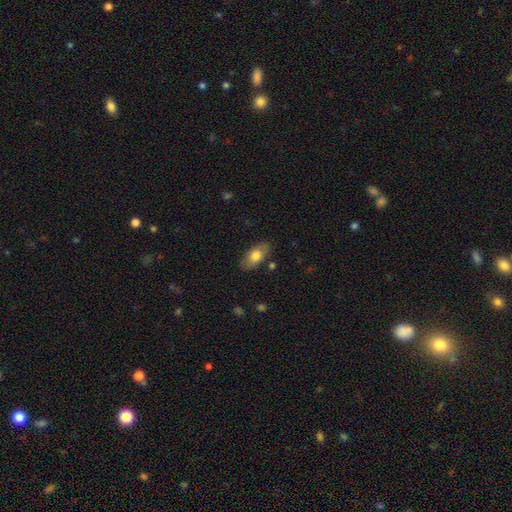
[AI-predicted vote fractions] The model was most divided on "smooth or featured": smooth: 73%, featured or disk: 20%, star or artifact: 6%. More confident: how rounded — in between (91%); merging — none (83%).